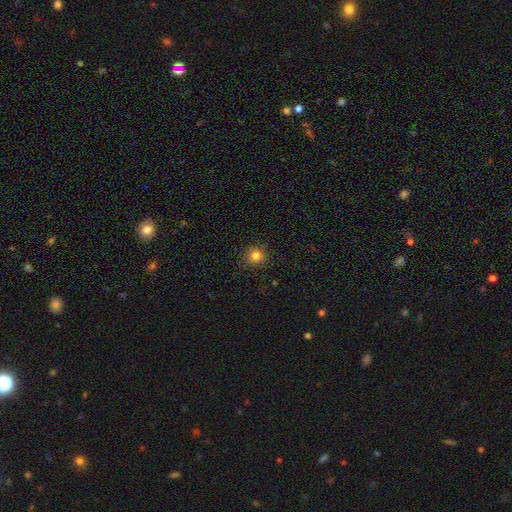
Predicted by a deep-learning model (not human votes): smooth-or-featured: smooth: 81% | star or artifact: 14% | featured or disk: 5%
  how-rounded: round: 93% | in between: 6% | cigar-shaped: 1%
  merging: none: 90% | minor disturbance: 7% | major disturbance: 2% | merger: 1%